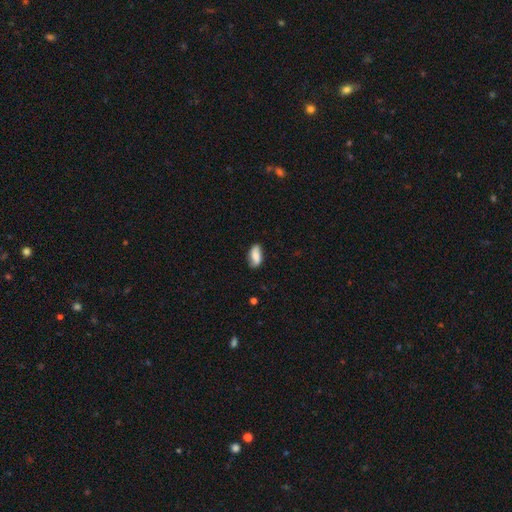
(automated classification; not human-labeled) A smooth galaxy with no disk features (73%) that is in between round and cigar-shaped (89%). Merging: none (74%).